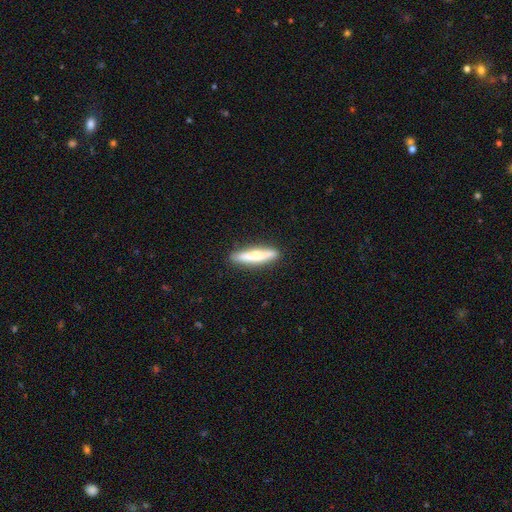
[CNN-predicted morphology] Smooth or featured? smooth (54%)
How rounded? cigar-shaped (87%)
Merging? none (88%)